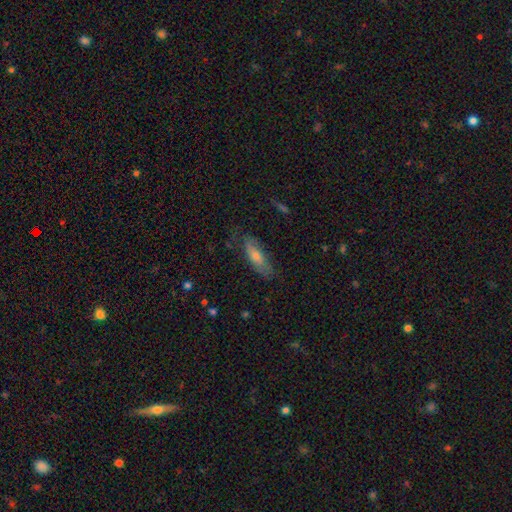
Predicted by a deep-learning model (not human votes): Smooth or featured?
  - smooth: 56% *
  - featured or disk: 35%
  - star or artifact: 8%
How rounded?
  - in between: 55% *
  - cigar-shaped: 43%
  - round: 2%
Merging?
  - none: 70% *
  - minor disturbance: 22%
  - major disturbance: 7%
  - merger: 2%